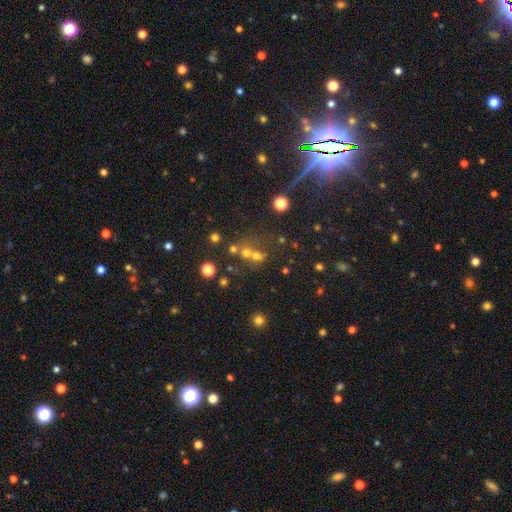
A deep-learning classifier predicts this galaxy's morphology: This is possibly a smooth galaxy (49%). Merging: marginally merger (44%).